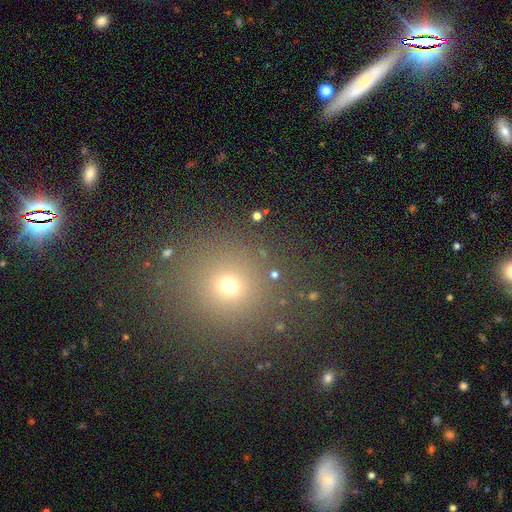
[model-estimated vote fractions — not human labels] Smooth or featured: smooth — 56% (star or artifact — 33%)
How rounded: round — 89% (in between — 10%)
Merging: none — 86% (minor disturbance — 7%)